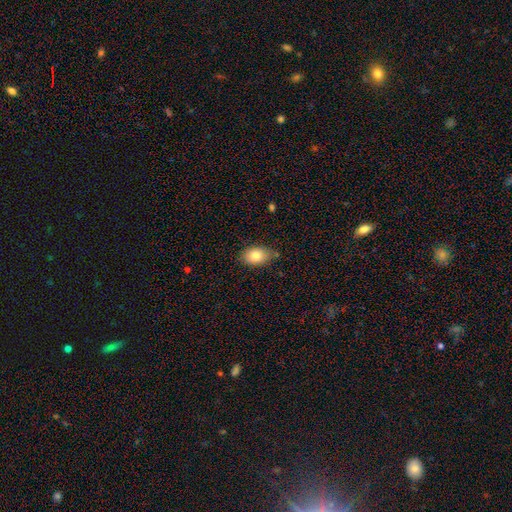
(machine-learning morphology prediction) Smooth or featured? smooth (82%)
How rounded? in between (83%)
Merging? none (75%)